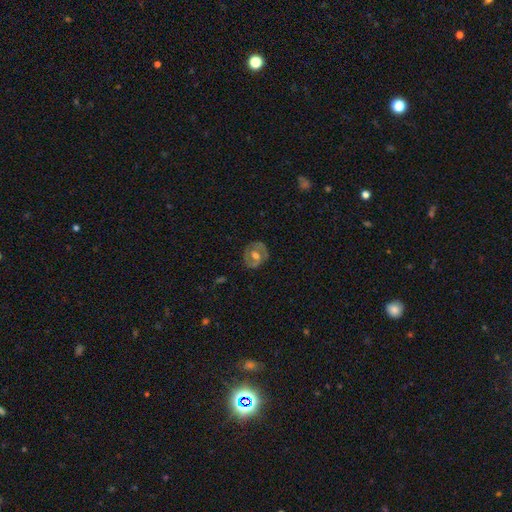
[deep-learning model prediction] Overall: featured or disk (61%; smooth 32%). Edge-on disk: no (96%). Bar: no (51%; weak 37%). Spiral arms: yes (51%; no 49%). Bulge size: moderate (70%). Merging: none (77%).